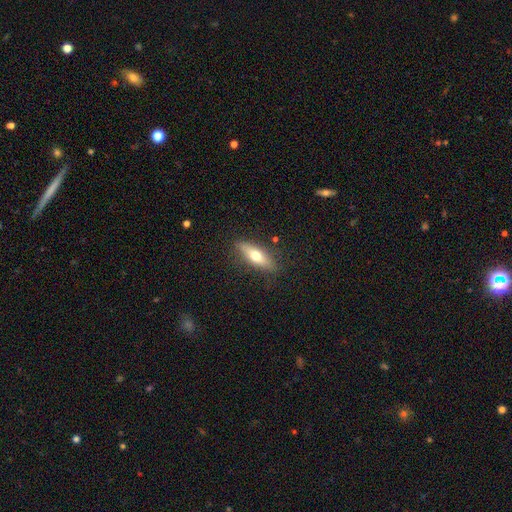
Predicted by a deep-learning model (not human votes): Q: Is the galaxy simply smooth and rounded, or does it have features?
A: smooth — 60%.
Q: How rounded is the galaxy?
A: in between — 53%.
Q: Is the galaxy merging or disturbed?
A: none — 84%.